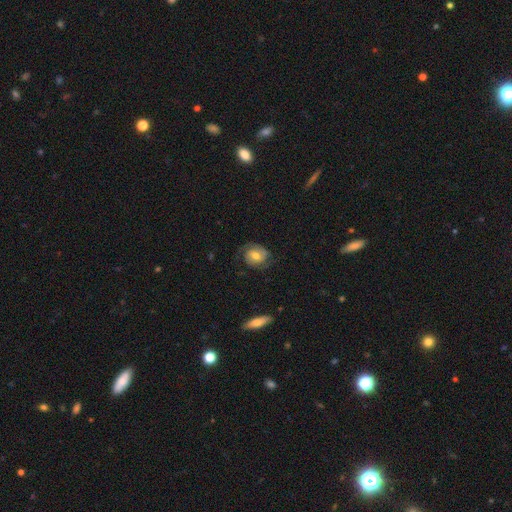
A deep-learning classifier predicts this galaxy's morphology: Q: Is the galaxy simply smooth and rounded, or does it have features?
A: featured or disk — 63%.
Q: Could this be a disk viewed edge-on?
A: no — 97%.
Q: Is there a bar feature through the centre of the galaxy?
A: no — 61%.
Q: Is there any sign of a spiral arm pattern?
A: yes — 89%.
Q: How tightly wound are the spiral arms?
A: tight — 42%.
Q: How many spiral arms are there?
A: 2 — 82%.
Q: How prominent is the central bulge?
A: moderate — 69%.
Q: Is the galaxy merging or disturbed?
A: none — 73%.